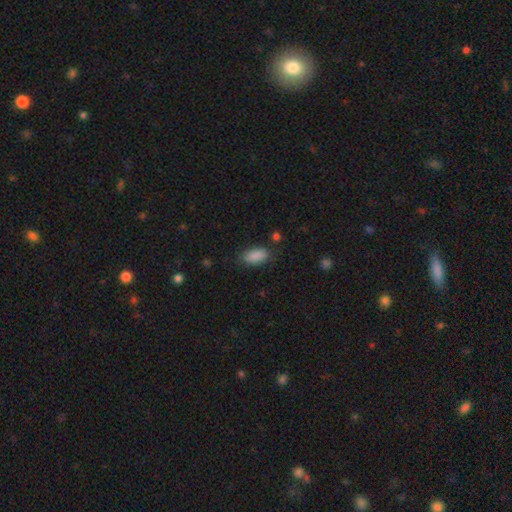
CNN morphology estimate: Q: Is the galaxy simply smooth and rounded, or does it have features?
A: smooth — 88%.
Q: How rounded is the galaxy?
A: in between — 89%.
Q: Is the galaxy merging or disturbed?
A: none — 82%.